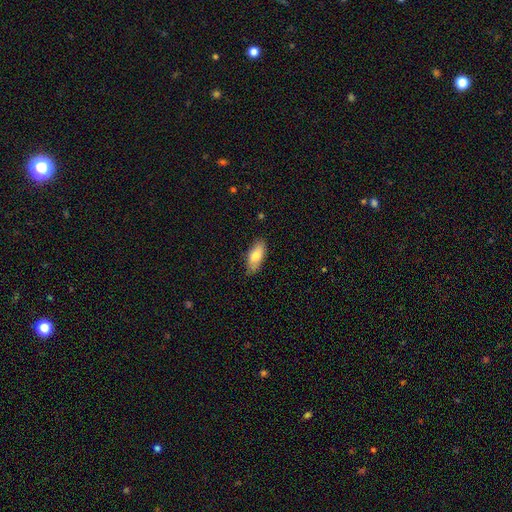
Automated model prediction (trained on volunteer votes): smooth_or_featured: smooth (p=0.76) [alt: featured or disk p=0.18]
how_rounded: in between (p=0.83) [alt: cigar-shaped p=0.15]
merging: none (p=0.83) [alt: minor disturbance p=0.14]